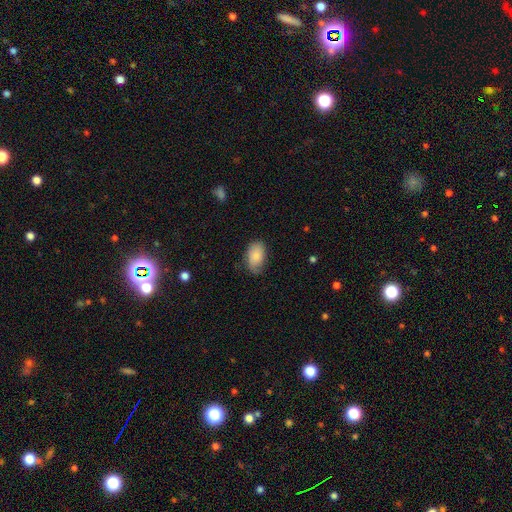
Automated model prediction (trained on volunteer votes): Smooth or featured? smooth (82%)
How rounded? in between (92%)
Merging? none (68%)